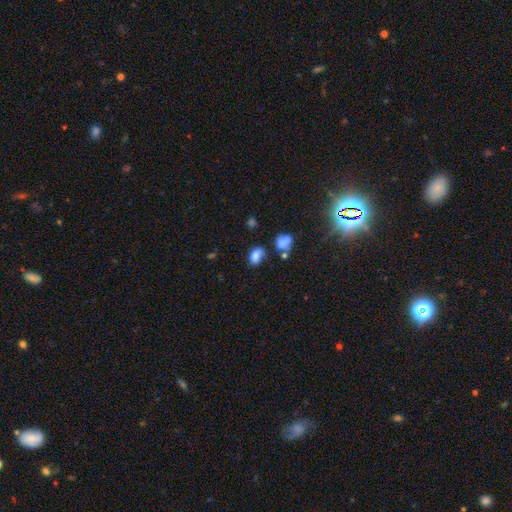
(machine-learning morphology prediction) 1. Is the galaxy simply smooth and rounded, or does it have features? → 80% smooth, 12% star or artifact, 8% featured or disk.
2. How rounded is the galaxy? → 82% in between, 17% round, 2% cigar-shaped.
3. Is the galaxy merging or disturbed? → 53% none, 26% minor disturbance, 12% merger, 9% major disturbance.